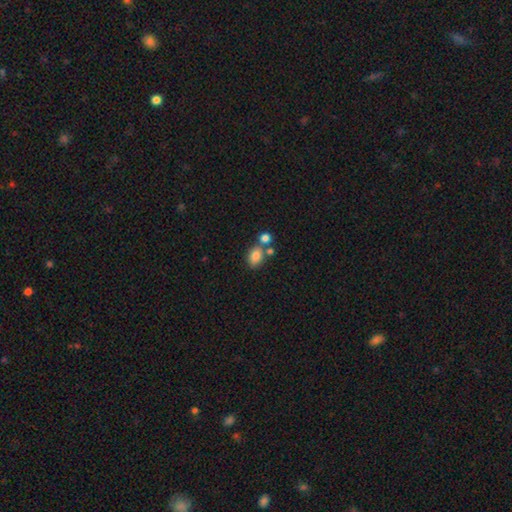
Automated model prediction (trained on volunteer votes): This appears to be a smooth galaxy with no disk features (81%) that is in between round and cigar-shaped (75%). Merging: none (56%).